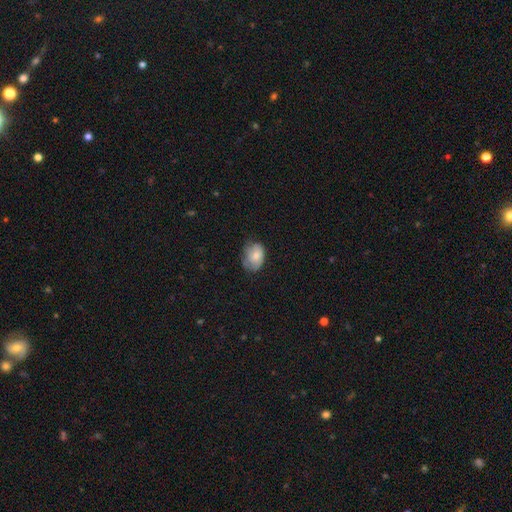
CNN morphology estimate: Smooth or featured? smooth (68%)
How rounded? in between (74%)
Merging? none (50%)